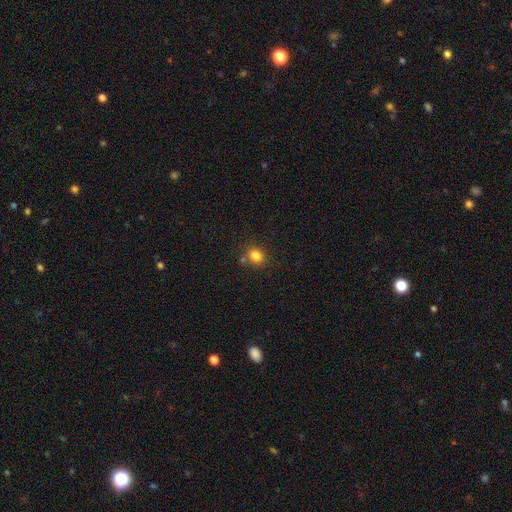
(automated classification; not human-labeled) Smooth or featured? Predicted: smooth (p=0.82). How rounded? Predicted: round (p=0.77). Merging? Predicted: none (p=0.75).